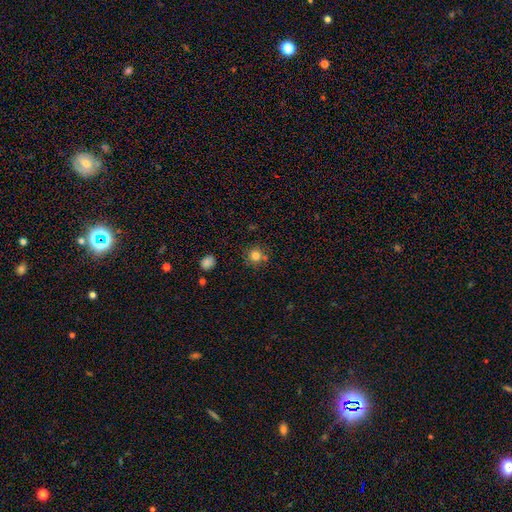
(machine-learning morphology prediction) This appears to be a smooth galaxy with no disk features (80%) that is round (91%). Merging: none (74%).